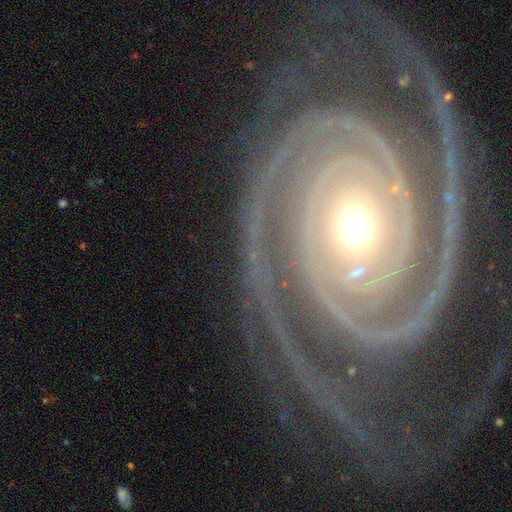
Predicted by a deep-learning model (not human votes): Q: Smooth or featured?
A: featured or disk (93%); runner-up: star or artifact (4%)
Q: Edge-on disk?
A: no (97%); runner-up: yes (3%)
Q: Bar?
A: no (73%); runner-up: strong (14%)
Q: Spiral arms?
A: yes (99%); runner-up: no (1%)
Q: Spiral winding?
A: tight (84%); runner-up: medium (13%)
Q: Spiral arm count?
A: 2 (68%); runner-up: 3 (11%)
Q: Bulge size?
A: moderate (62%); runner-up: small (30%)
Q: Merging?
A: none (74%); runner-up: minor disturbance (15%)